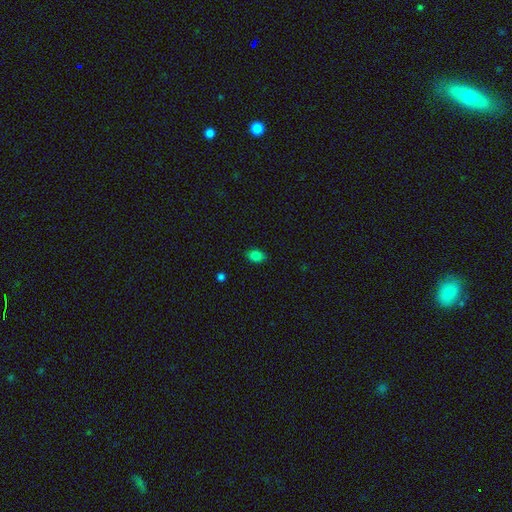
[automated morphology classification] Overall: smooth (83%). How rounded: in between (78%). Merging: none (85%).